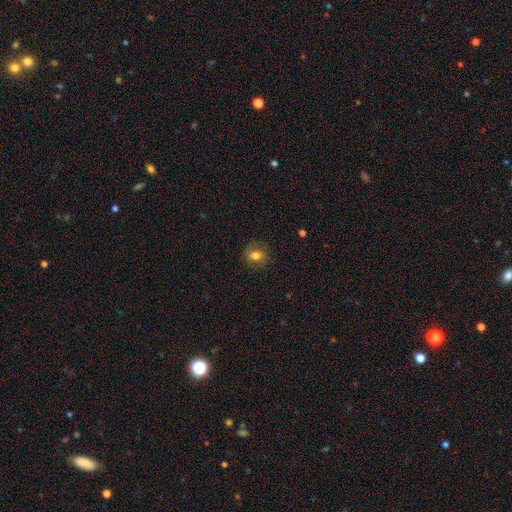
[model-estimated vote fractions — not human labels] smooth 75%, featured or disk 13%, star or artifact 12%. Down the decision tree: how rounded — round (65%); merging — none (83%).